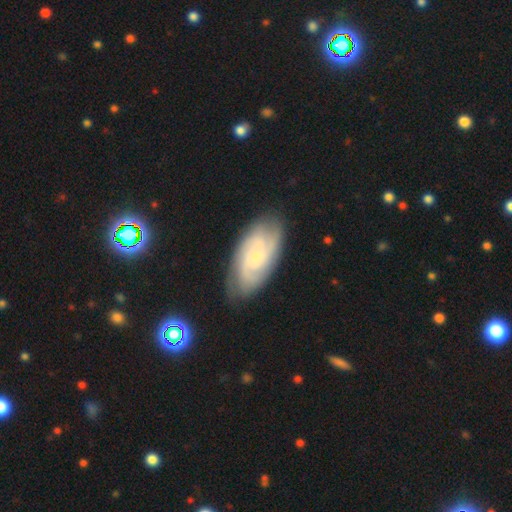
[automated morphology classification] Smooth or featured? Predicted: featured or disk (p=0.74). Edge-on disk? Predicted: no (p=0.95). Bar? Predicted: no (p=0.71). Spiral arms? Predicted: yes (p=0.95). Spiral winding? Predicted: tight (p=0.58). Spiral arm count? Predicted: can't tell (p=0.33). Bulge size? Predicted: small (p=0.74). Merging? Predicted: none (p=0.78).